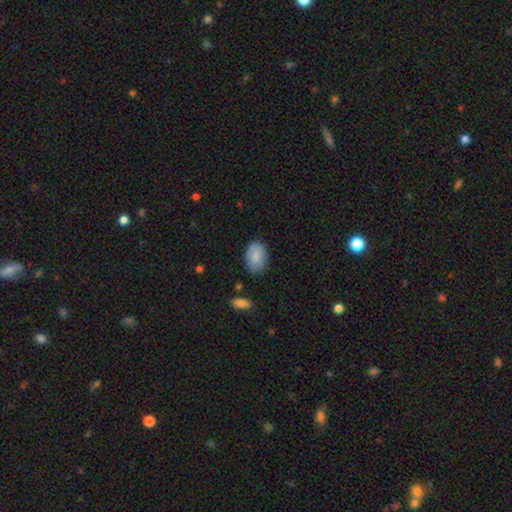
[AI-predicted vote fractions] Smooth or featured? Predicted: smooth (p=0.85). How rounded? Predicted: in between (p=0.86). Merging? Predicted: none (p=0.82).